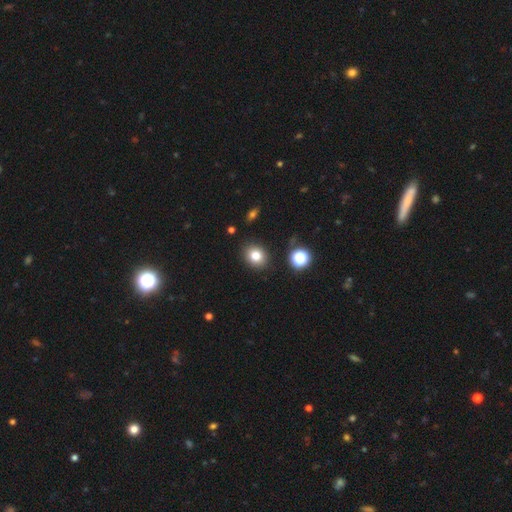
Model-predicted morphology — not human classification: A smooth galaxy with no disk features (80%) that is round (58%).

Vote fractions:
- Smooth or featured? smooth: 80% / star or artifact: 12% / featured or disk: 8%
- How rounded? round: 58% / in between: 41% / cigar-shaped: 1%
- Merging? none: 87% / minor disturbance: 8% / major disturbance: 2% / merger: 2%